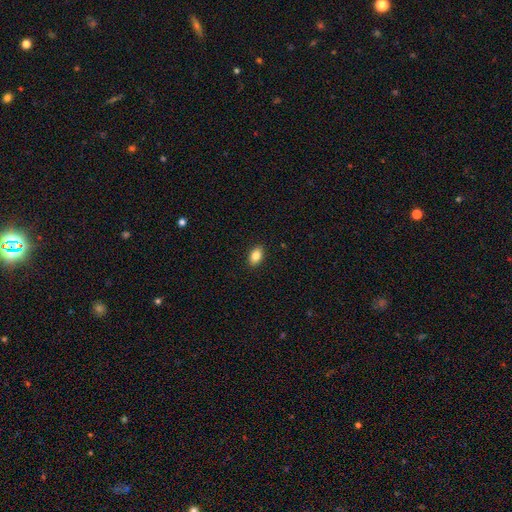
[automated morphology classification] A smooth galaxy with no disk features (83%) that is in between round and cigar-shaped (89%).

Vote fractions:
- Smooth or featured? smooth: 83% / featured or disk: 9% / star or artifact: 8%
- How rounded? in between: 89% / round: 9% / cigar-shaped: 2%
- Merging? none: 90% / minor disturbance: 7% / major disturbance: 2% / merger: 1%